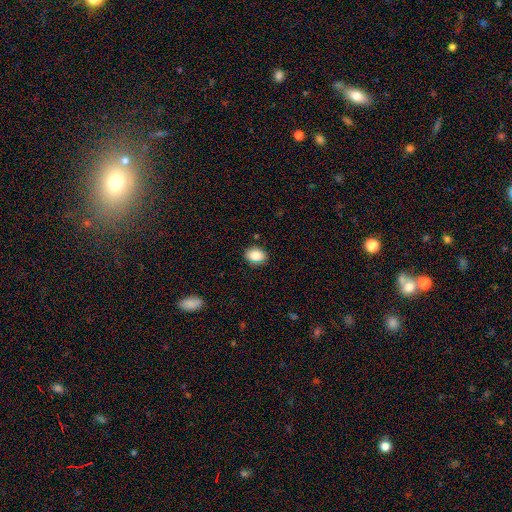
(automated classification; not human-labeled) Smooth or featured? Predicted: smooth (p=0.88). How rounded? Predicted: in between (p=0.70). Merging? Predicted: none (p=0.85).